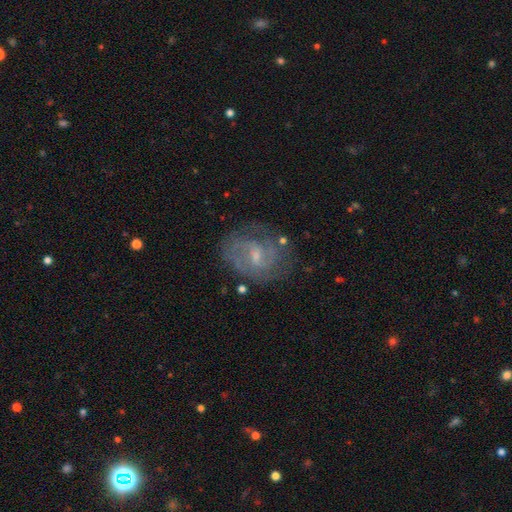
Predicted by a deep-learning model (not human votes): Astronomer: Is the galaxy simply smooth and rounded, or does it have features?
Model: featured or disk — 79%.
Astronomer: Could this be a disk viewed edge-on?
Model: no — 97%.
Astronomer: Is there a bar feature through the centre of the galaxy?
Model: weak — 60%.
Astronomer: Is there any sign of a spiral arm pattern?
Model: yes — 91%.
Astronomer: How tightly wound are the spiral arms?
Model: medium — 47% (runner-up: tight, 37%).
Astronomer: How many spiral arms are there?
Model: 2 — 62%.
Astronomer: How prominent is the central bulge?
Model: small — 58%.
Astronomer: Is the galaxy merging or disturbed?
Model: none — 70%.